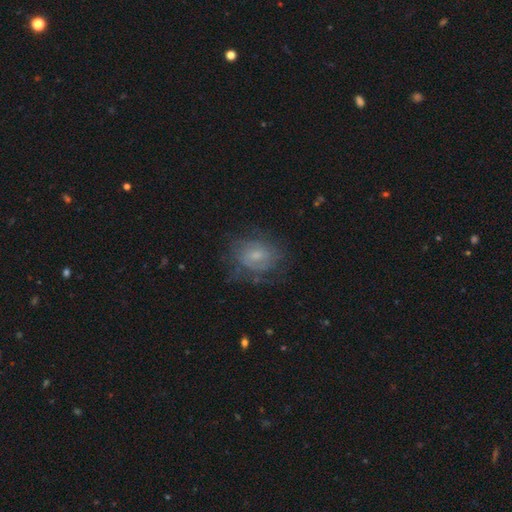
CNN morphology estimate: This is possibly a featured or disk galaxy (50%). Merging: likely none (62%).